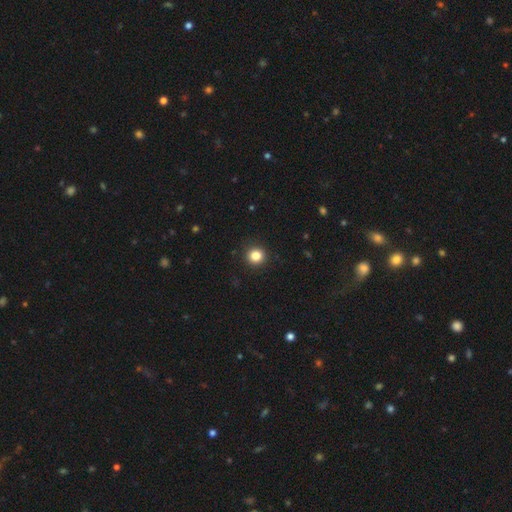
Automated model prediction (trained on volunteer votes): A smooth galaxy with no disk features (84%) that is round (93%).

Vote fractions:
- Smooth or featured? smooth: 84% / star or artifact: 12% / featured or disk: 5%
- How rounded? round: 93% / in between: 6% / cigar-shaped: 1%
- Merging? none: 92% / minor disturbance: 5% / major disturbance: 2% / merger: 1%